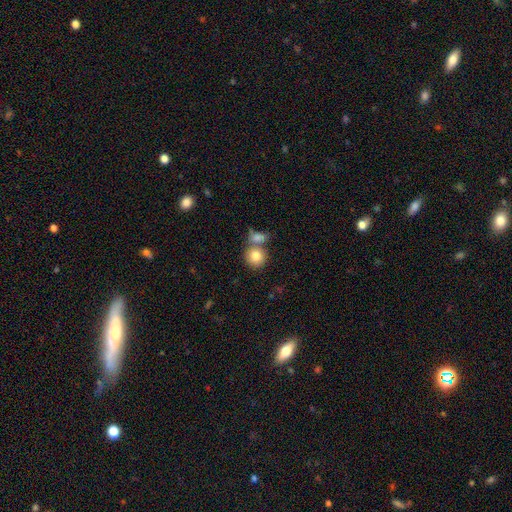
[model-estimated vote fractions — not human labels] The model was most divided on "merging": none: 52%, merger: 36%, minor disturbance: 9%, major disturbance: 3%. More confident: how rounded — round (83%); smooth or featured — smooth (82%).